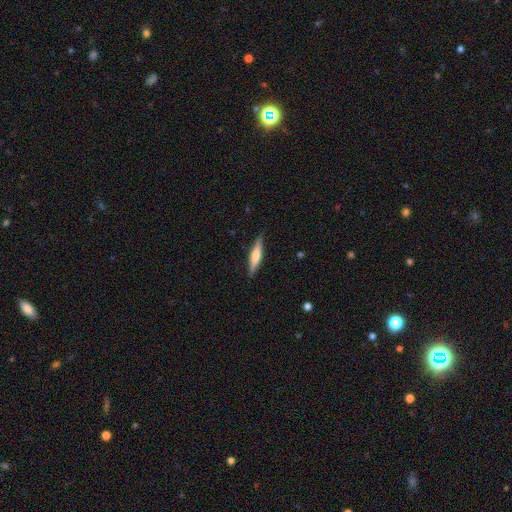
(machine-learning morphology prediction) featured or disk 49%, smooth 45%, star or artifact 6%. Down the decision tree: merging — none (89%).